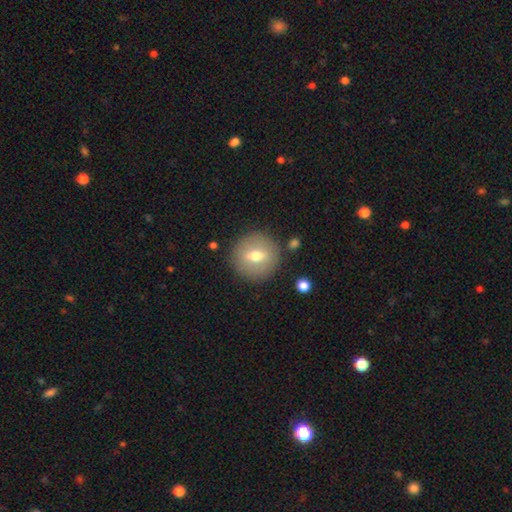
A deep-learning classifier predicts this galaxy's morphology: This is possibly a smooth galaxy (56%). How rounded: clearly round (90%). Merging: clearly none (85%).